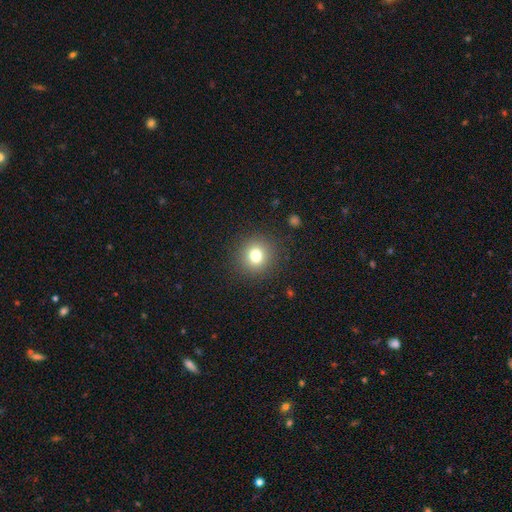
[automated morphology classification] A smooth galaxy with no disk features (77%) that is round (90%). Merging: none (89%).